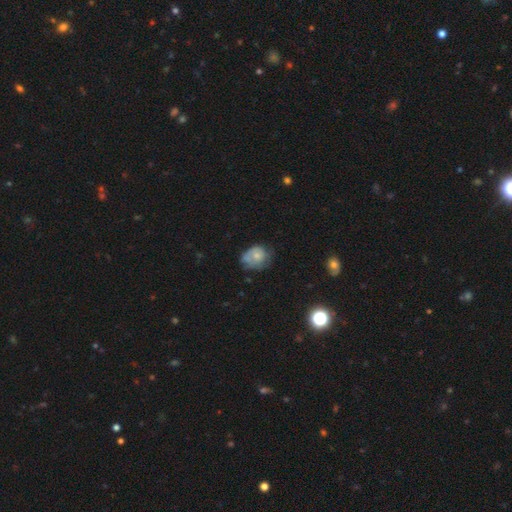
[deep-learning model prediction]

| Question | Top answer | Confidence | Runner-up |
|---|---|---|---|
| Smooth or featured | smooth | 57% | featured or disk (34%) |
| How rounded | round | 56% | in between (43%) |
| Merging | none | 44% | minor disturbance (34%) |